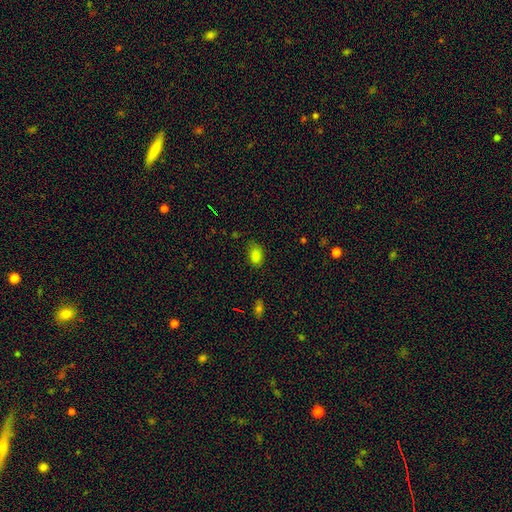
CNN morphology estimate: A smooth galaxy with no disk features (83%) that is in between round and cigar-shaped (87%).

Vote fractions:
- Smooth or featured? smooth: 83% / star or artifact: 12% / featured or disk: 5%
- How rounded? in between: 87% / round: 11% / cigar-shaped: 2%
- Merging? none: 71% / minor disturbance: 23% / major disturbance: 5% / merger: 2%